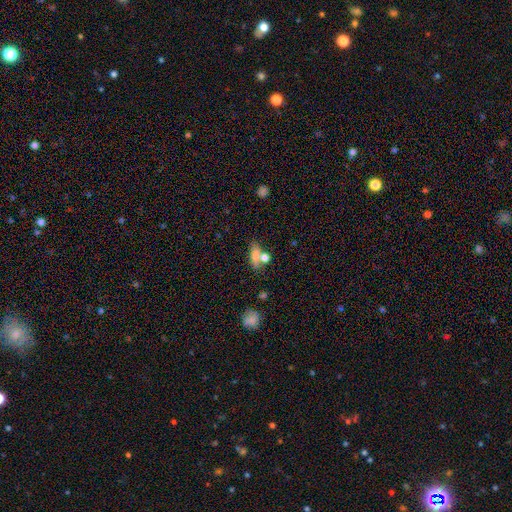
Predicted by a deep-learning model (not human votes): Smooth or featured? Predicted: smooth (p=0.73). How rounded? Predicted: in between (p=0.60). Merging? Predicted: none (p=0.52).